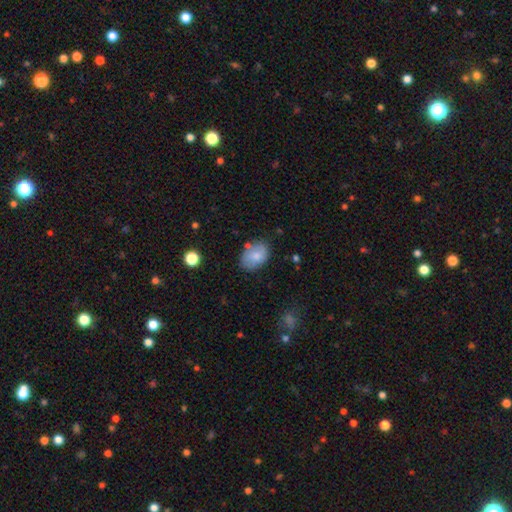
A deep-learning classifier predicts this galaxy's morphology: This is likely a smooth galaxy (76%). How rounded: clearly in between (84%). Merging: likely none (71%).